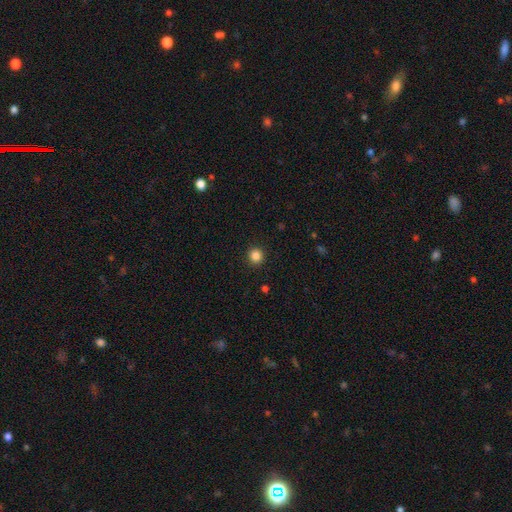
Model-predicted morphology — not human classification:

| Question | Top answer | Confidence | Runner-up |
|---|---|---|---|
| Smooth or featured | smooth | 85% | star or artifact (11%) |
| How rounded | round | 93% | in between (6%) |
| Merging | none | 92% | minor disturbance (5%) |